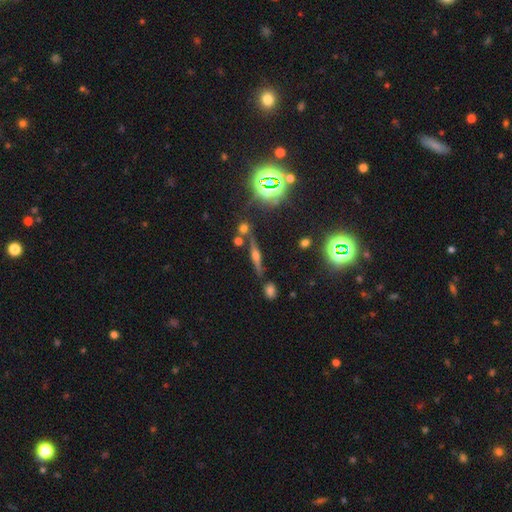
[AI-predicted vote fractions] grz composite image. It shows a featured or disk galaxy (58%) viewed edge-on (92%) with a rounded central bulge (90%). Merging: none (75%).